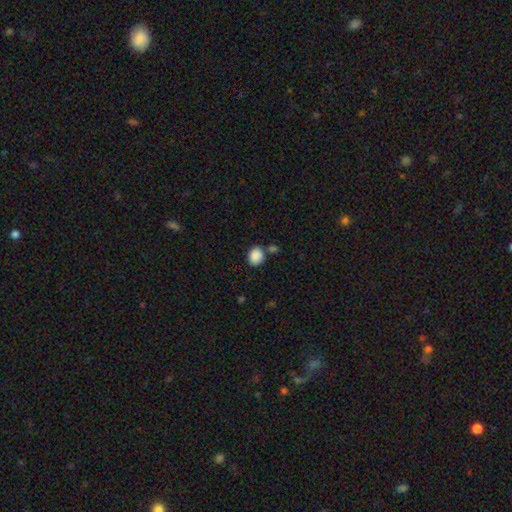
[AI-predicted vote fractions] Smooth or featured? smooth (88%)
How rounded? round (59%)
Merging? none (70%)